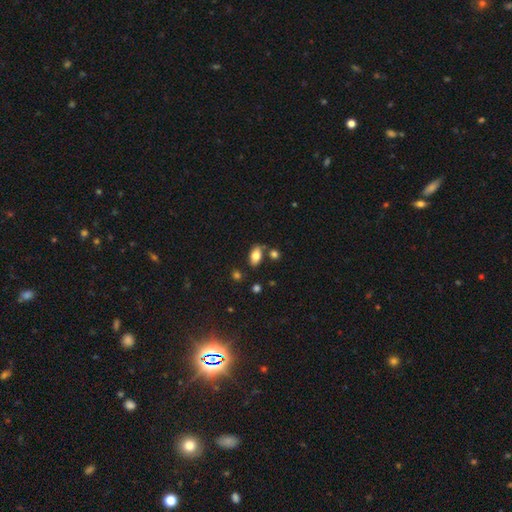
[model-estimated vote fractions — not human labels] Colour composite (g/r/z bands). It shows a smooth galaxy with no disk features (78%) that is in between round and cigar-shaped (90%). Merging: none (74%).